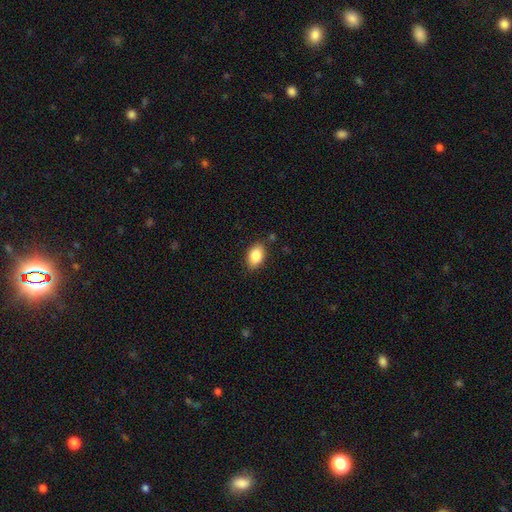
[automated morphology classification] A smooth galaxy with no disk features (86%) that is in between round and cigar-shaped (87%). Merging: none (82%).